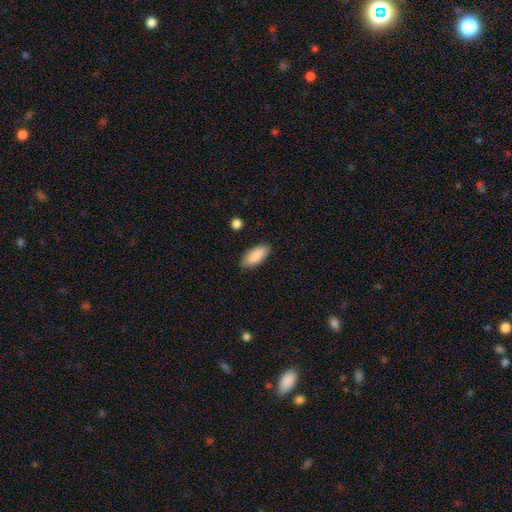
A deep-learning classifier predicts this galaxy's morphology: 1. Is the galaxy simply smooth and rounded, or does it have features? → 87% smooth, 7% featured or disk, 6% star or artifact.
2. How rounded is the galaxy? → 87% in between, 11% cigar-shaped, 2% round.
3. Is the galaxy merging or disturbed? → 79% none, 16% minor disturbance, 3% major disturbance, 1% merger.